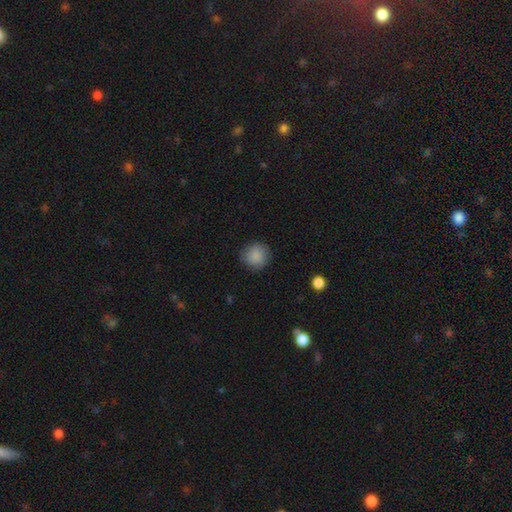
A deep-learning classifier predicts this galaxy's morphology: A smooth galaxy with no disk features (88%) that is round (91%).

Vote fractions:
- Smooth or featured? smooth: 88% / star or artifact: 8% / featured or disk: 4%
- How rounded? round: 91% / in between: 8% / cigar-shaped: 1%
- Merging? none: 86% / minor disturbance: 10% / major disturbance: 3% / merger: 1%